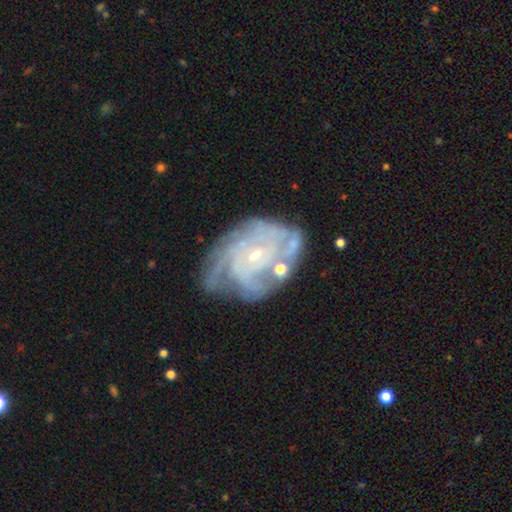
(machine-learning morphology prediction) featured or disk 85%, smooth 8%, star or artifact 7%. Down the decision tree: edge-on disk — no (97%); bar — no (64%); spiral arms — yes (93%); spiral arm count — can't tell (34%); spiral winding — tight (67%); bulge size — small (76%); merging — none (54%).